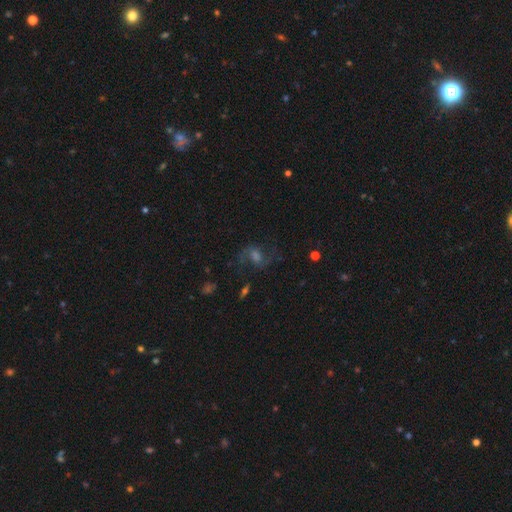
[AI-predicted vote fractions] The model was most divided on "bar": weak: 46%, no: 40%, strong: 14%. Remaining: edge-on disk — no (96%); spiral arms — yes (88%); merging — none (64%); smooth or featured — featured or disk (58%); bulge size — moderate (39%).